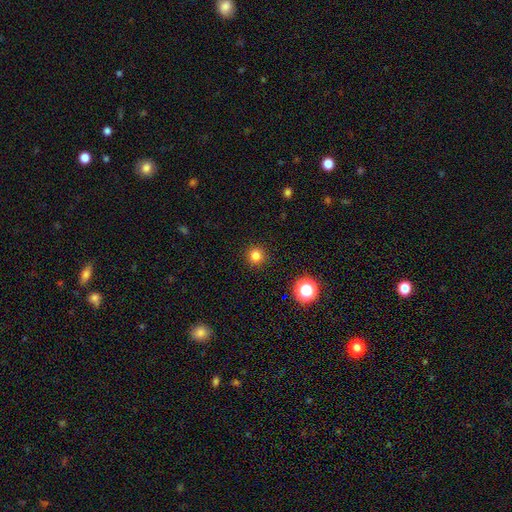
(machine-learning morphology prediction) Q: Smooth or featured?
A: smooth (82%); runner-up: star or artifact (14%)
Q: How rounded?
A: round (95%); runner-up: in between (4%)
Q: Merging?
A: none (92%); runner-up: minor disturbance (5%)